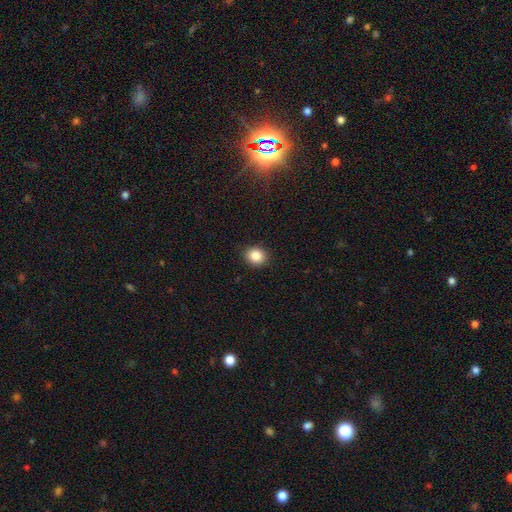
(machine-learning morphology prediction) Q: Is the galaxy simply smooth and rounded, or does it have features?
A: smooth — 85%.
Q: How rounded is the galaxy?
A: round — 74%.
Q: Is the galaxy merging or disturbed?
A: none — 90%.